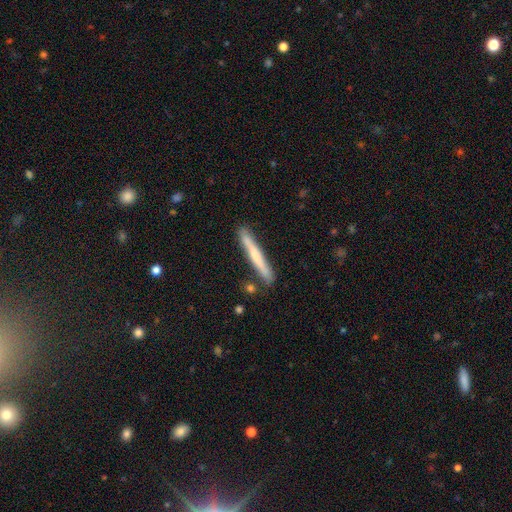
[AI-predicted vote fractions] A smooth galaxy with no disk features (58%) that is cigar-shaped (96%).

Vote fractions:
- Smooth or featured? smooth: 58% / featured or disk: 36% / star or artifact: 6%
- How rounded? cigar-shaped: 96% / in between: 2% / round: 1%
- Merging? none: 85% / minor disturbance: 11% / merger: 3% / major disturbance: 2%